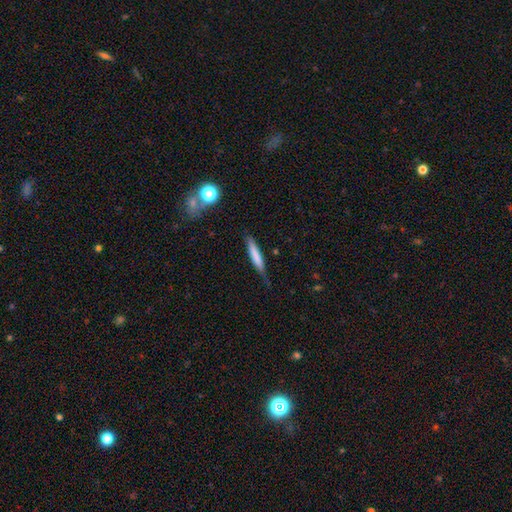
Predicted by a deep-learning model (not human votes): A smooth galaxy with no disk features (72%) that is cigar-shaped (92%).

Vote fractions:
- Smooth or featured? smooth: 72% / featured or disk: 22% / star or artifact: 6%
- How rounded? cigar-shaped: 92% / in between: 7% / round: 1%
- Merging? none: 70% / minor disturbance: 23% / major disturbance: 5% / merger: 2%